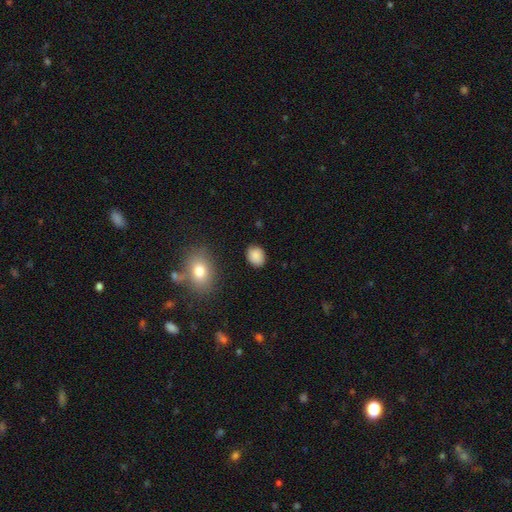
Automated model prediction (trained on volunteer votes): The model was most divided on "how rounded": in between: 54%, round: 44%, cigar-shaped: 1%. More confident: smooth or featured — smooth (87%); merging — none (85%).